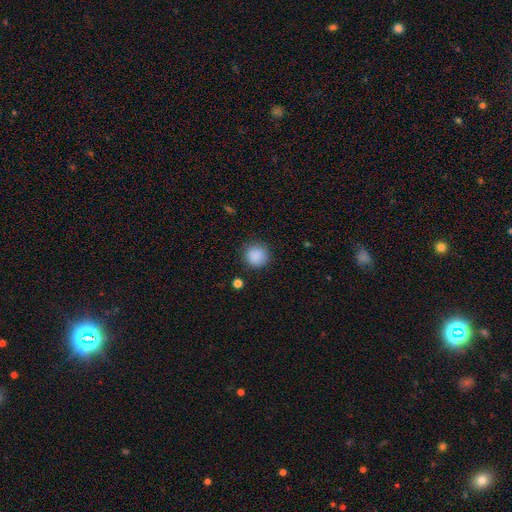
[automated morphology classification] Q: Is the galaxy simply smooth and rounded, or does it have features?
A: smooth — 88%.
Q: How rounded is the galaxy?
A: round — 93%.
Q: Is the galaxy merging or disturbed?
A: none — 88%.